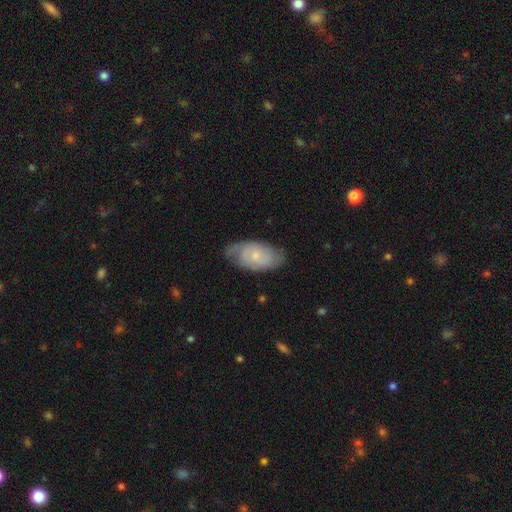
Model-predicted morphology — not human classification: A featured or disk galaxy (59%) with no bar (76%), spiral arms (85%) and a small central bulge (74%).

Vote fractions:
- Smooth or featured? featured or disk: 59% / smooth: 35% / star or artifact: 6%
- Edge-on disk? no: 94% / yes: 6%
- Bar? no: 76% / weak: 21% / strong: 3%
- Spiral arms? yes: 85% / no: 15%
- Bulge size? small: 74% / moderate: 20% / none: 4% / large: 1% / dominant: 1%
- Merging? none: 68% / minor disturbance: 24% / major disturbance: 7% / merger: 1%